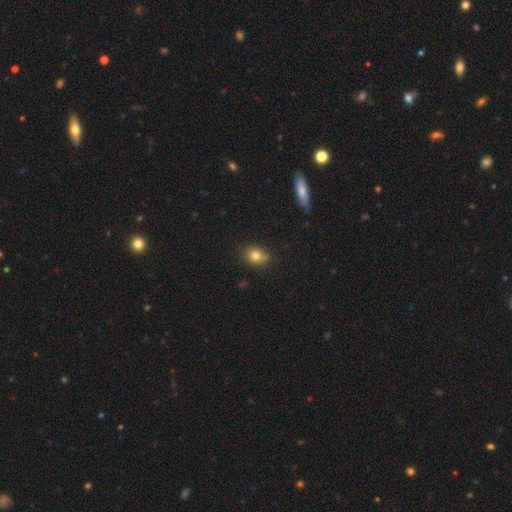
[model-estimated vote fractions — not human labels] The model was most divided on "how rounded": round: 61%, in between: 38%, cigar-shaped: 1%. More confident: smooth or featured — smooth (78%); merging — none (75%).